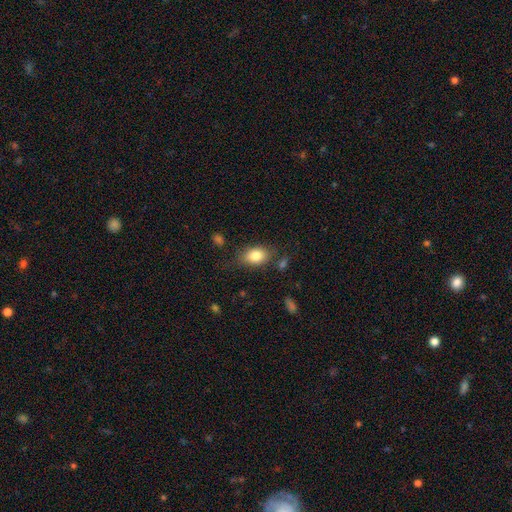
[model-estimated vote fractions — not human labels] Smooth or featured? smooth (82%)
How rounded? in between (81%)
Merging? none (73%)